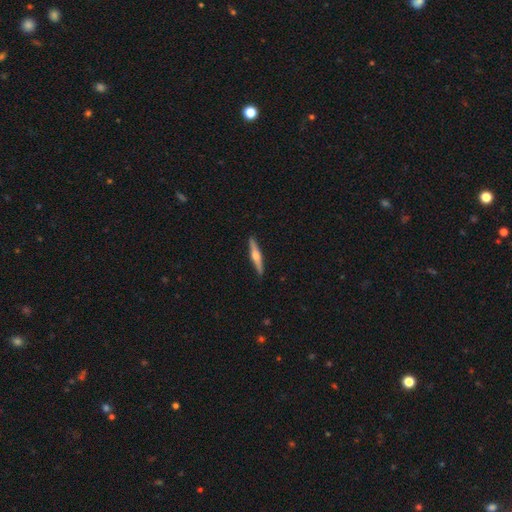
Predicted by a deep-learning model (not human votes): A featured or disk galaxy (67%) viewed edge-on (98%) with a rounded central bulge (90%). Merging: none (91%).